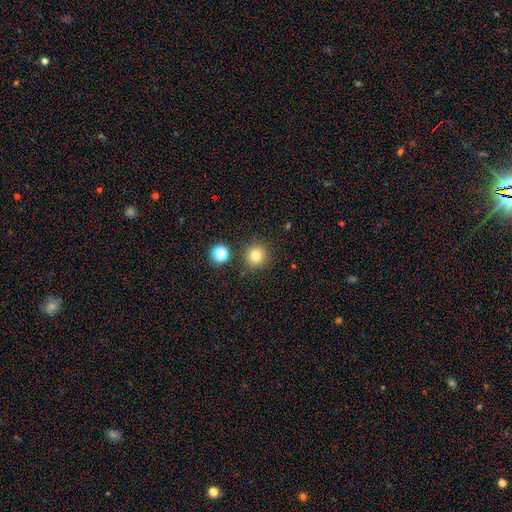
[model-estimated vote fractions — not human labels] Morphology: type=smooth (79%); roundness=round (94%); merging=none (87%).